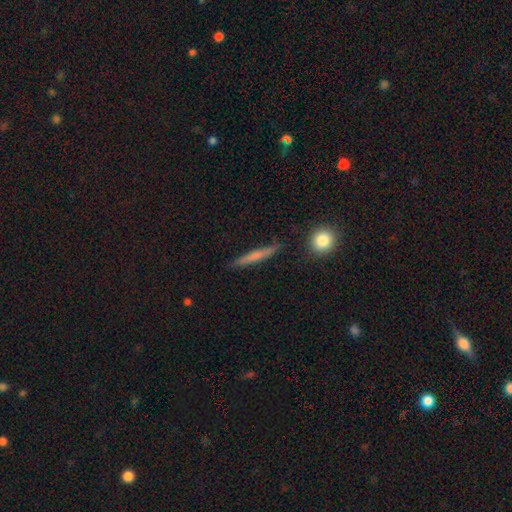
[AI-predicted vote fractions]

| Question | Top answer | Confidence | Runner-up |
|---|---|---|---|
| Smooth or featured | smooth | 61% | featured or disk (32%) |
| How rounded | cigar-shaped | 93% | in between (4%) |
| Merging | none | 85% | minor disturbance (11%) |